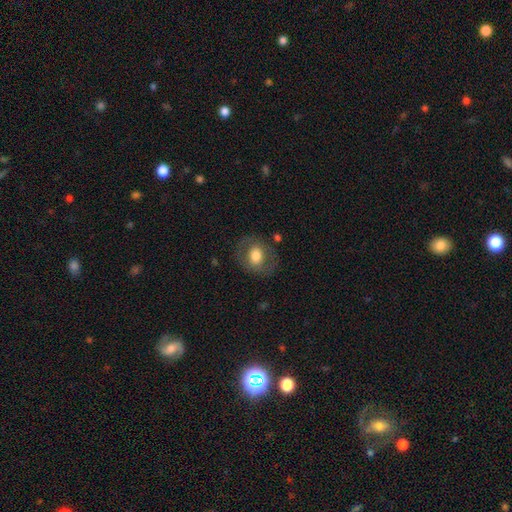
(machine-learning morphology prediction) Smooth or featured? Predicted: smooth (p=0.63). How rounded? Predicted: round (p=0.53). Merging? Predicted: none (p=0.78).